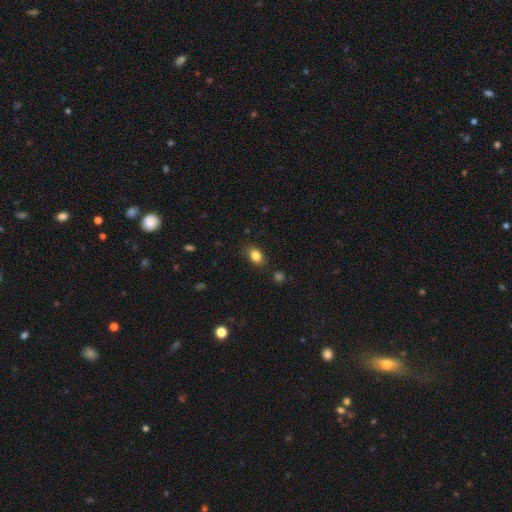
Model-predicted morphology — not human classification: Smooth or featured?
  - smooth: 84% *
  - star or artifact: 9%
  - featured or disk: 7%
How rounded?
  - in between: 75% *
  - round: 23%
  - cigar-shaped: 2%
Merging?
  - none: 80% *
  - minor disturbance: 14%
  - major disturbance: 3%
  - merger: 2%